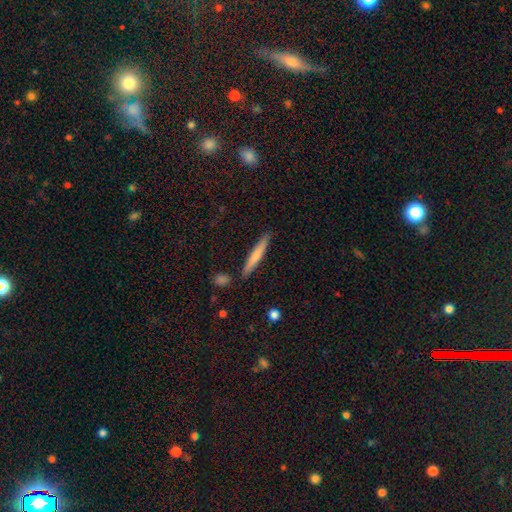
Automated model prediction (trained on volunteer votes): Smooth or featured?
  - smooth: 66% *
  - featured or disk: 28%
  - star or artifact: 6%
How rounded?
  - cigar-shaped: 94% *
  - in between: 4%
  - round: 1%
Merging?
  - none: 87% *
  - minor disturbance: 9%
  - merger: 3%
  - major disturbance: 2%